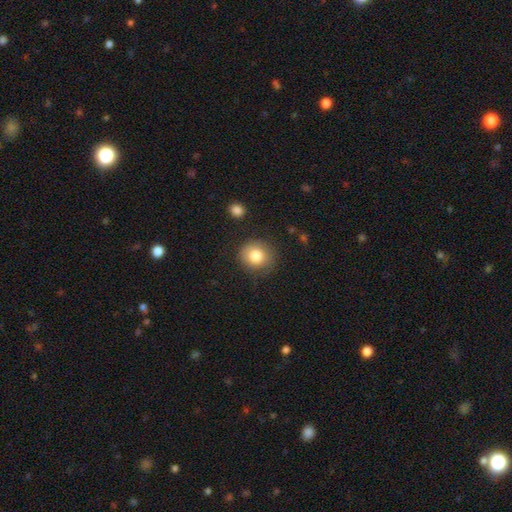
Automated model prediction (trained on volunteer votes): This is clearly a smooth galaxy (81%). How rounded: clearly round (88%). Merging: clearly none (81%).